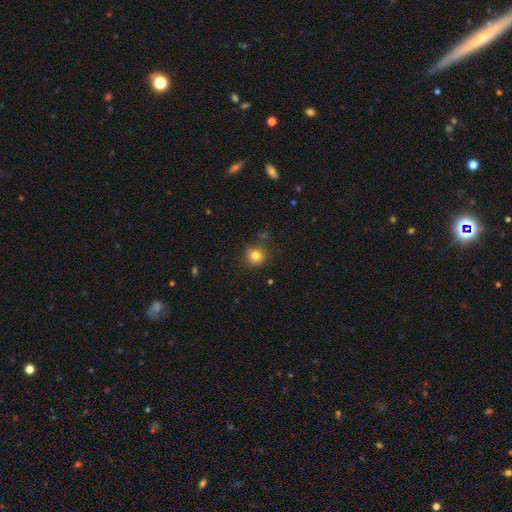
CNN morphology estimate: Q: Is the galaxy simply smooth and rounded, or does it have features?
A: smooth — 80%.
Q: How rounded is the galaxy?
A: round — 89%.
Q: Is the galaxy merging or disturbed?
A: none — 80%.